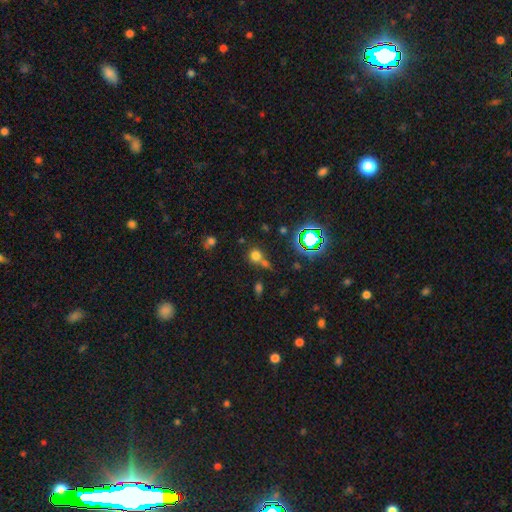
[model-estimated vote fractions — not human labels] A smooth galaxy with no disk features (67%) that is round (85%). Merging: none (53%).